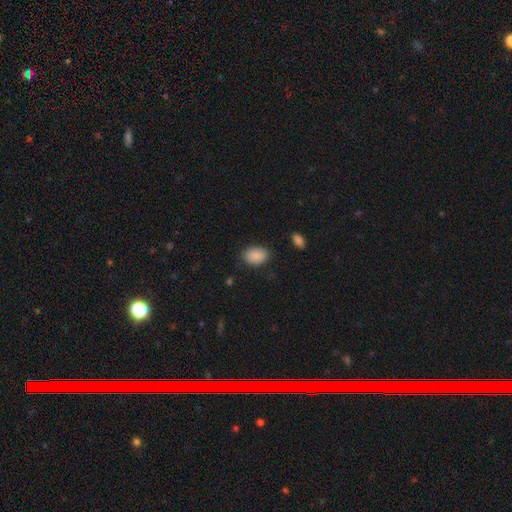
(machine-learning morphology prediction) A smooth galaxy with no disk features (87%) that is in between round and cigar-shaped (82%).

Vote fractions:
- Smooth or featured? smooth: 87% / star or artifact: 7% / featured or disk: 5%
- How rounded? in between: 82% / round: 17% / cigar-shaped: 1%
- Merging? none: 81% / minor disturbance: 14% / major disturbance: 4% / merger: 1%